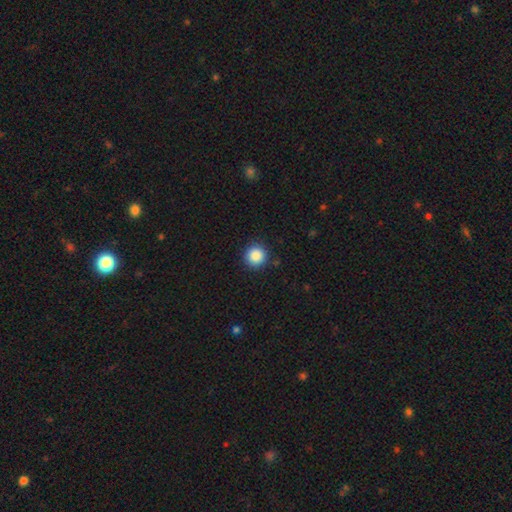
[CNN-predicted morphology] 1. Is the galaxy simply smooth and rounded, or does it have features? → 88% smooth, 9% star or artifact, 3% featured or disk.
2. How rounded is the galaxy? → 95% round, 4% in between, 1% cigar-shaped.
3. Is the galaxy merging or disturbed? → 90% none, 6% minor disturbance, 2% major disturbance, 1% merger.